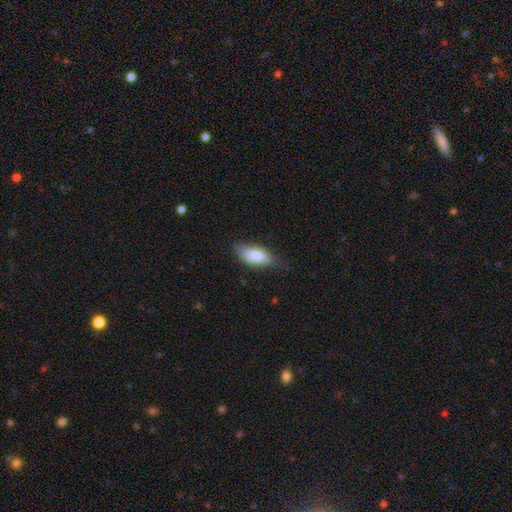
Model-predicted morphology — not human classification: A smooth galaxy with no disk features (79%) that is in between round and cigar-shaped (84%). Merging: none (58%).